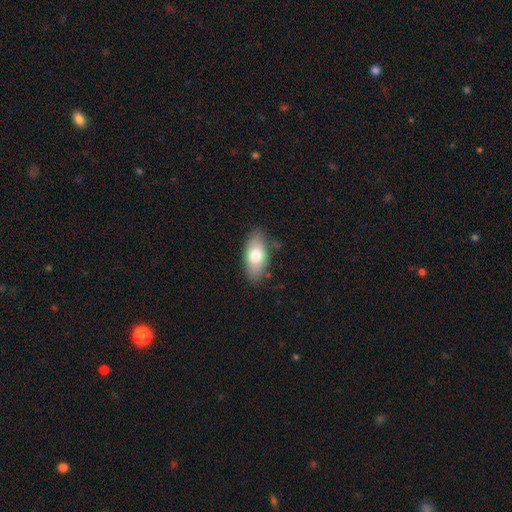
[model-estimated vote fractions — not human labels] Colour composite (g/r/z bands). It shows a smooth galaxy with no disk features (73%) that is in between round and cigar-shaped (89%). Merging: none (80%).